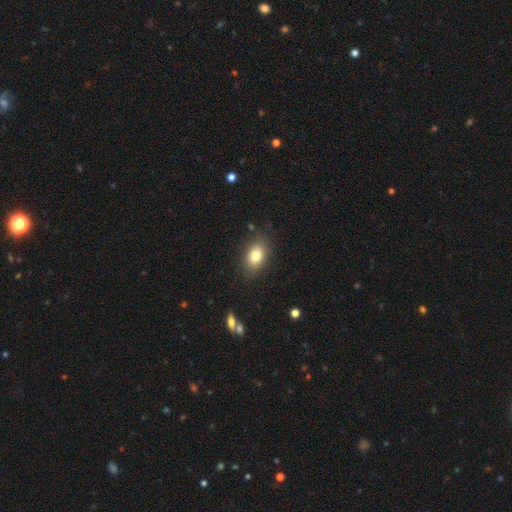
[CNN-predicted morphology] type=smooth (80%); roundness=in between (82%); merging=none (84%).